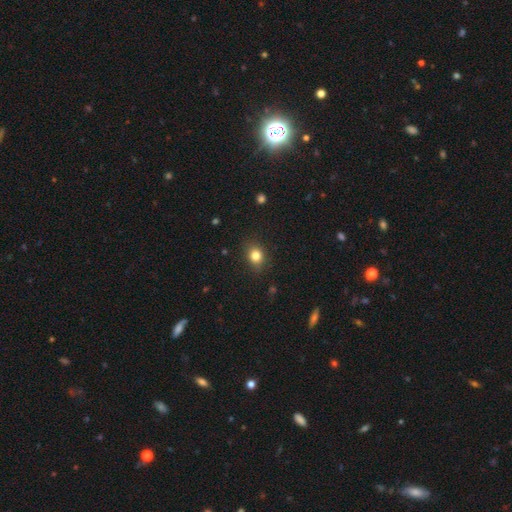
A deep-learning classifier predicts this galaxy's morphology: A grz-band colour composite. It shows a smooth galaxy with no disk features (82%) that is round (58%). Merging: none (82%).